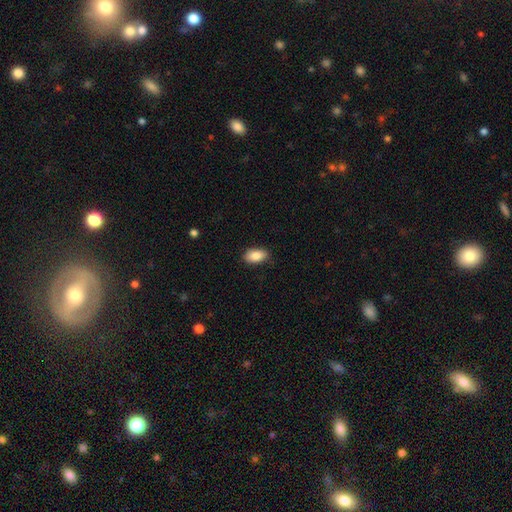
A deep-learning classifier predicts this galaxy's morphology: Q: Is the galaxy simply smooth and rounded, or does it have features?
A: smooth — 87%.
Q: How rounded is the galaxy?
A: in between — 92%.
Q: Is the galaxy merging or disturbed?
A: none — 82%.